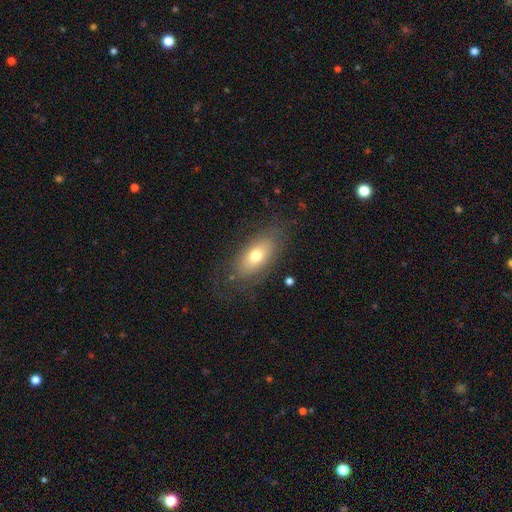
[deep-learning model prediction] Overall: smooth (64%; featured or disk 28%). How rounded: in between (87%). Merging: none (75%).